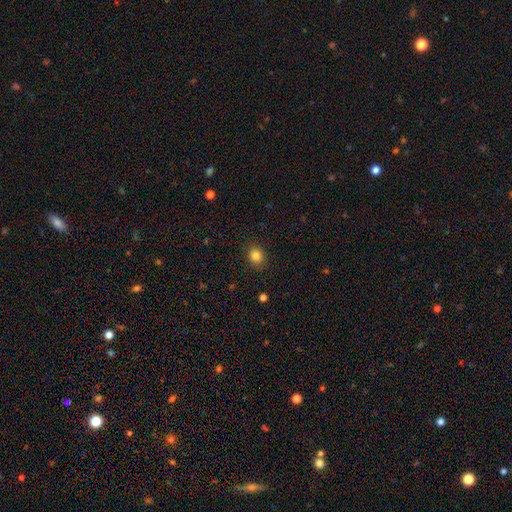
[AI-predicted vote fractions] The model was most divided on "how rounded": round: 66%, in between: 33%, cigar-shaped: 1%. More confident: merging — none (88%); smooth or featured — smooth (83%).